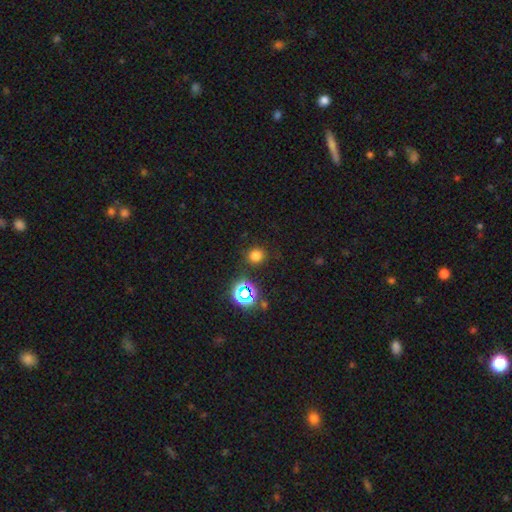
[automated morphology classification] This is likely a smooth galaxy (71%). How rounded: clearly round (89%). Merging: clearly none (86%).